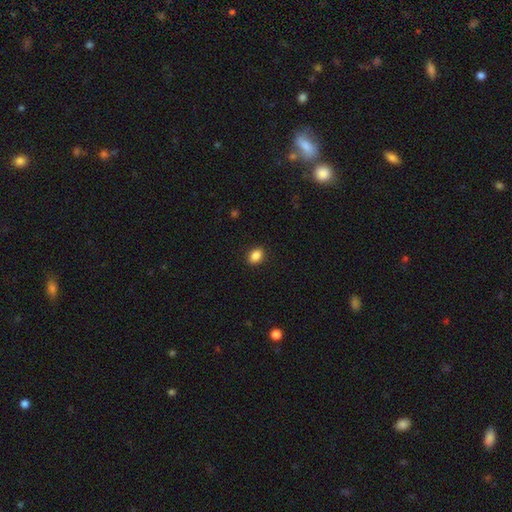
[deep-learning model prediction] Overall: smooth (87%). How rounded: in between (75%). Merging: none (89%).